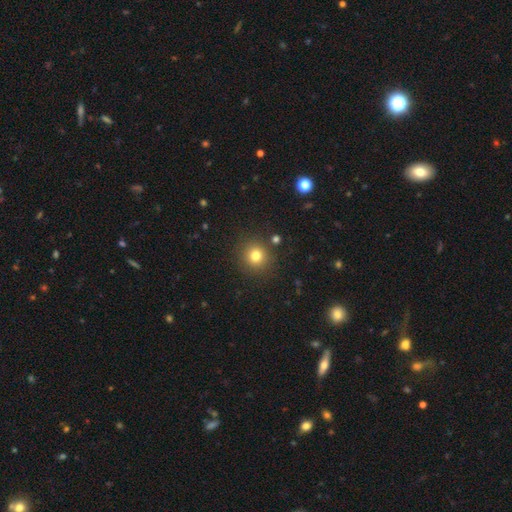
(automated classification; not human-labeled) Smooth or featured: smooth — 78% (star or artifact — 15%)
How rounded: round — 92% (in between — 7%)
Merging: none — 88% (minor disturbance — 7%)